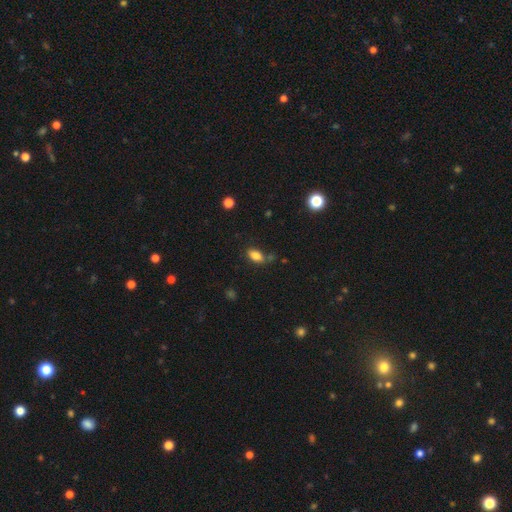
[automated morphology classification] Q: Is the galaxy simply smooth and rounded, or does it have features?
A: smooth — 83%.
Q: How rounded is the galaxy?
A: in between — 89%.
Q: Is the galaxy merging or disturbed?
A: none — 69%.